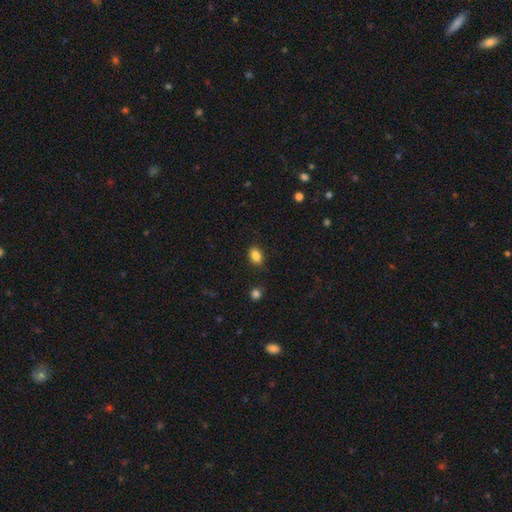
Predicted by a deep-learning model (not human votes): smooth_or_featured: smooth (p=0.86) [alt: star or artifact p=0.09]
how_rounded: in between (p=0.83) [alt: round p=0.15]
merging: none (p=0.85) [alt: minor disturbance p=0.11]